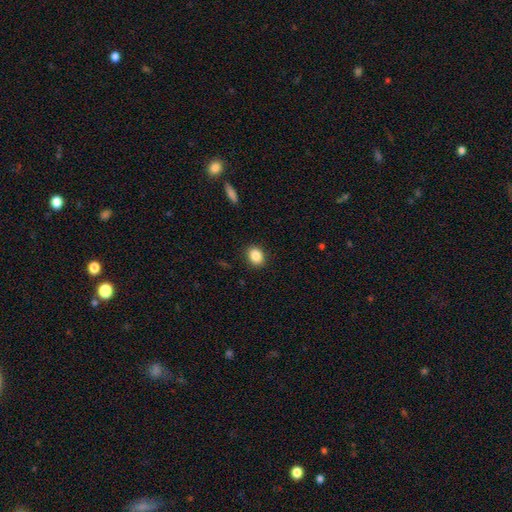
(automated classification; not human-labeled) Smooth or featured?
  - smooth: 87% *
  - star or artifact: 9%
  - featured or disk: 5%
How rounded?
  - in between: 56% *
  - round: 43%
  - cigar-shaped: 1%
Merging?
  - none: 90% *
  - minor disturbance: 7%
  - major disturbance: 2%
  - merger: 1%